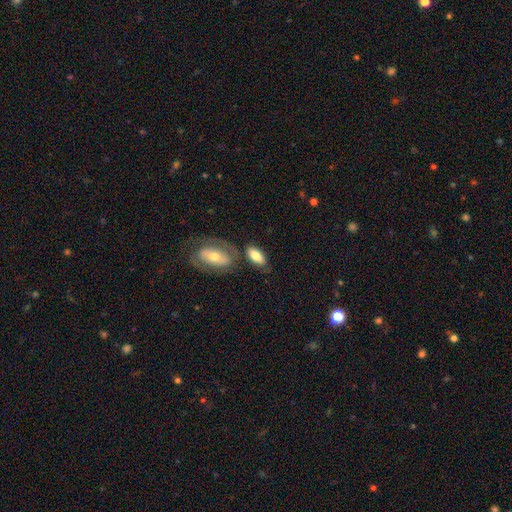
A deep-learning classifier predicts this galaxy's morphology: smooth-or-featured: smooth: 71% | featured or disk: 23% | star or artifact: 6%
  how-rounded: in between: 88% | cigar-shaped: 9% | round: 3%
  merging: none: 59% | merger: 19% | minor disturbance: 16% | major disturbance: 6%